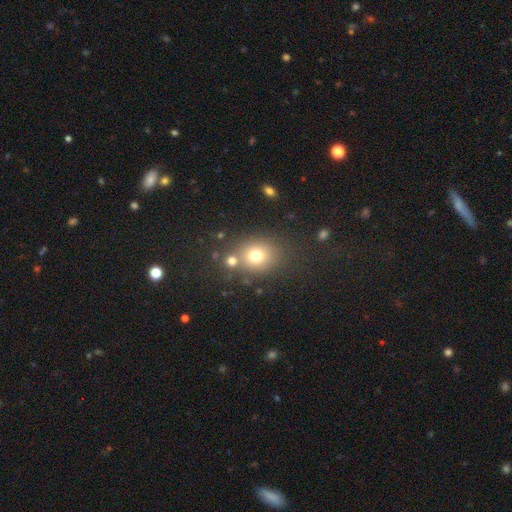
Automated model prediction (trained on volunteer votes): Smooth or featured: smooth — 73% (star or artifact — 15%)
How rounded: round — 64% (in between — 35%)
Merging: none — 66% (merger — 17%)